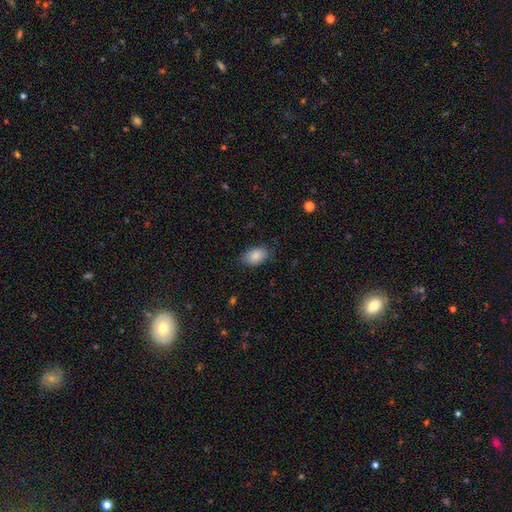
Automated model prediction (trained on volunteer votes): smooth-or-featured: smooth: 87% | star or artifact: 7% | featured or disk: 6%
  how-rounded: in between: 90% | round: 9% | cigar-shaped: 1%
  merging: none: 81% | minor disturbance: 15% | major disturbance: 3% | merger: 1%